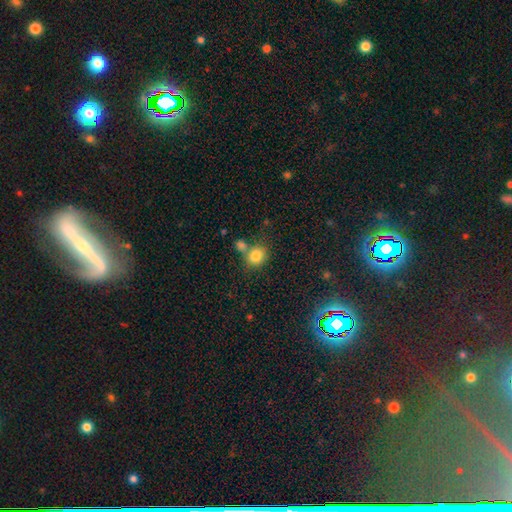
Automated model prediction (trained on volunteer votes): The model was most divided on "merging": none: 57%, merger: 27%, minor disturbance: 12%, major disturbance: 4%. More confident: smooth or featured — smooth (82%); how rounded — round (73%).